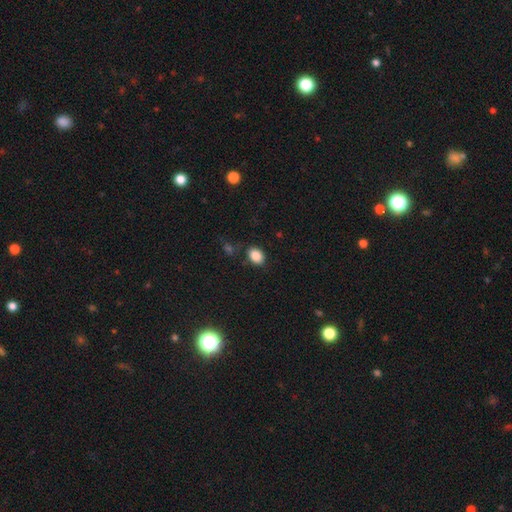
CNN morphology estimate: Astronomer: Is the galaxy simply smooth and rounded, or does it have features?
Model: smooth — 86%.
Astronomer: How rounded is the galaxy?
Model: in between — 70%.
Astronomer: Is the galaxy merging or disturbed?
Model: none — 81%.